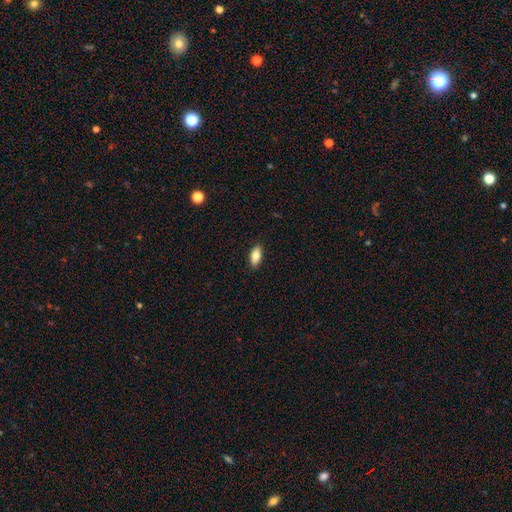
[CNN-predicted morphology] Smooth or featured: smooth — 82% (featured or disk — 11%)
How rounded: in between — 87% (cigar-shaped — 10%)
Merging: none — 89% (minor disturbance — 8%)